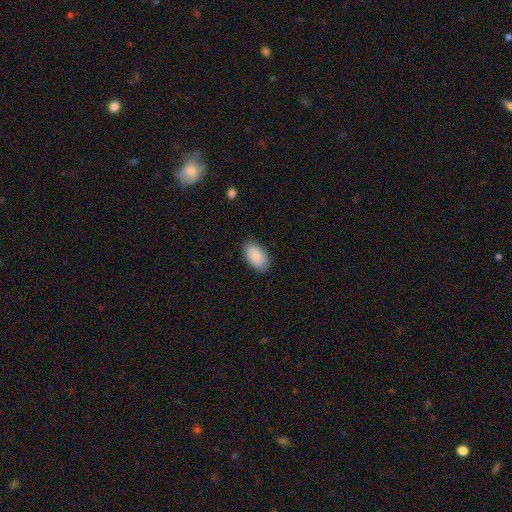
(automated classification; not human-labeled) smooth 86%, featured or disk 8%, star or artifact 6%. Down the decision tree: how rounded — in between (94%); merging — none (84%).